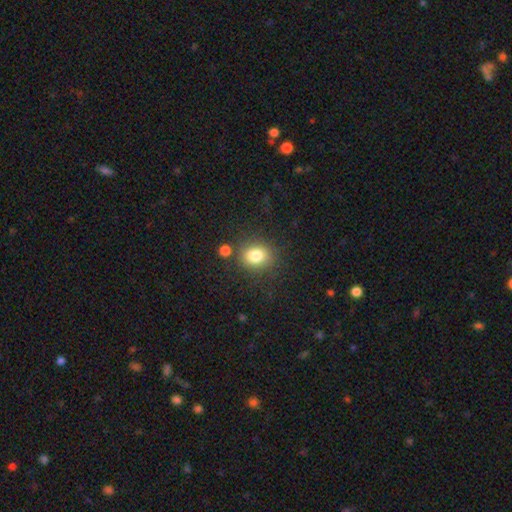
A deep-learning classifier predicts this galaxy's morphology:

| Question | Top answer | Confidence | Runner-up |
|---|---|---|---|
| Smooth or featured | smooth | 82% | star or artifact (11%) |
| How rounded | round | 59% | in between (40%) |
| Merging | none | 78% | minor disturbance (11%) |